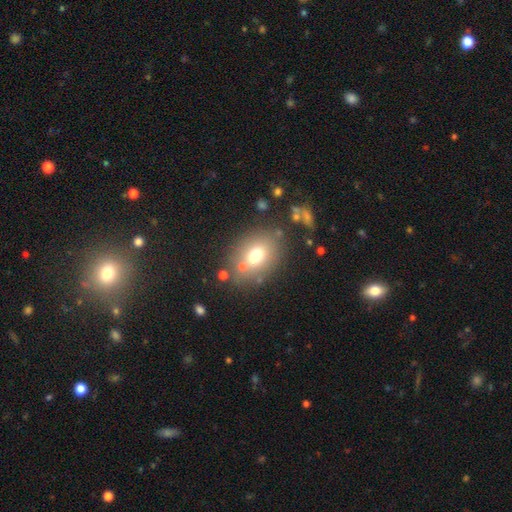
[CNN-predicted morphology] This appears to be a smooth galaxy with no disk features (69%) that is in between round and cigar-shaped (56%). Merging: none (72%).